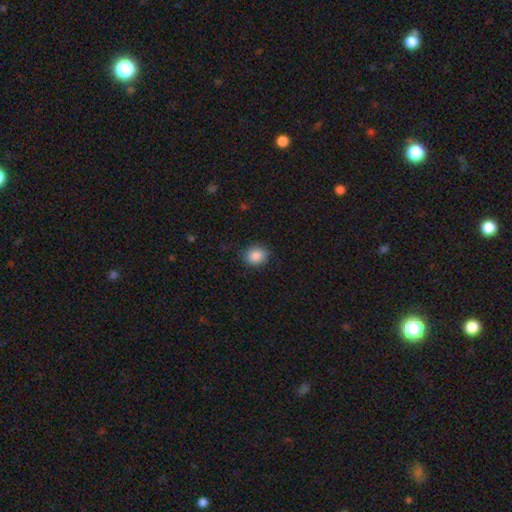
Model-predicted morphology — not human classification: This is clearly a smooth galaxy (87%). How rounded: likely round (69%). Merging: clearly none (87%).